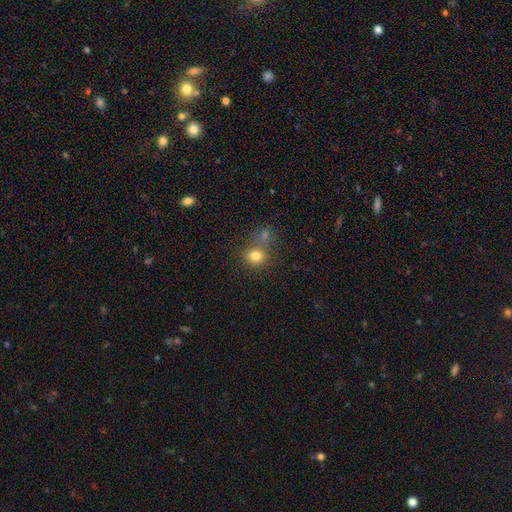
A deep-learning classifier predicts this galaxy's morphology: A smooth galaxy with no disk features (79%) that is round (84%).

Vote fractions:
- Smooth or featured? smooth: 79% / star or artifact: 13% / featured or disk: 8%
- How rounded? round: 84% / in between: 15% / cigar-shaped: 1%
- Merging? none: 57% / merger: 27% / minor disturbance: 11% / major disturbance: 5%